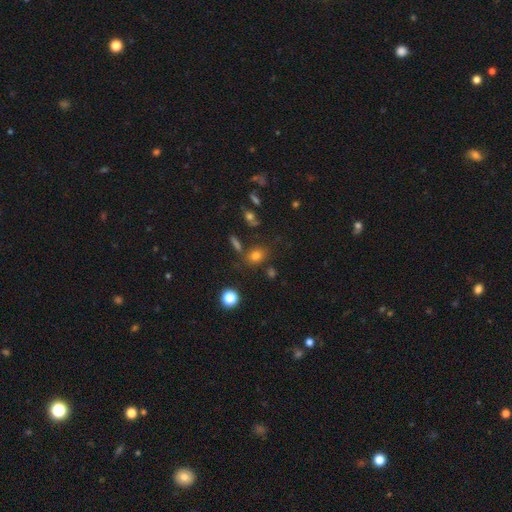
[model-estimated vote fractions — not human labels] Q: Smooth or featured?
A: smooth (76%); runner-up: star or artifact (15%)
Q: How rounded?
A: round (50%); runner-up: in between (48%)
Q: Merging?
A: none (75%); runner-up: minor disturbance (13%)